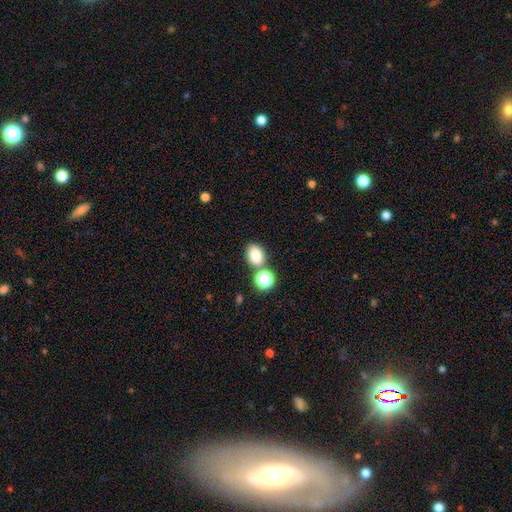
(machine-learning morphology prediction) Smooth or featured?
  - smooth: 81% *
  - star or artifact: 12%
  - featured or disk: 7%
How rounded?
  - in between: 68% *
  - round: 31%
  - cigar-shaped: 1%
Merging?
  - none: 66% *
  - merger: 19%
  - minor disturbance: 11%
  - major disturbance: 4%